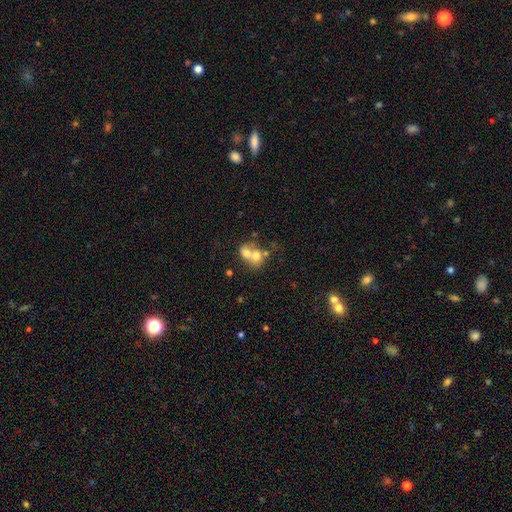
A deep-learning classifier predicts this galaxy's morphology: This is likely a smooth galaxy (64%). How rounded: possibly round (54%). Merging: likely merger (72%).